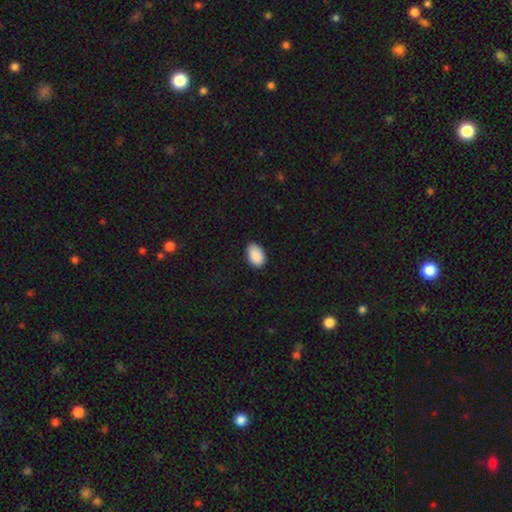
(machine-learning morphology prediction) smooth_or_featured: smooth (p=0.90) [alt: star or artifact p=0.07]
how_rounded: in between (p=0.92) [alt: round p=0.07]
merging: none (p=0.83) [alt: minor disturbance p=0.14]